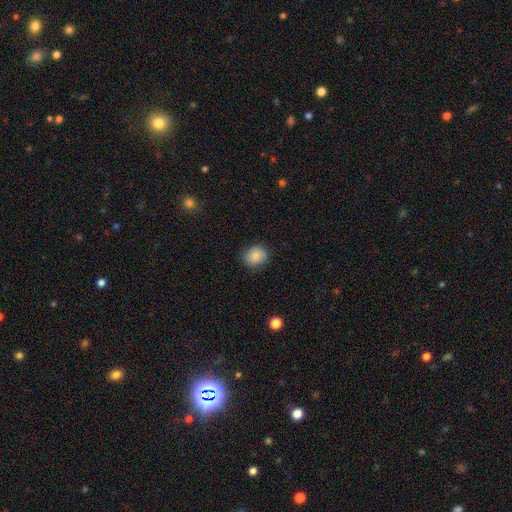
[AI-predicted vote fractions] Smooth or featured? Predicted: smooth (p=0.87). How rounded? Predicted: round (p=0.62). Merging? Predicted: none (p=0.84).